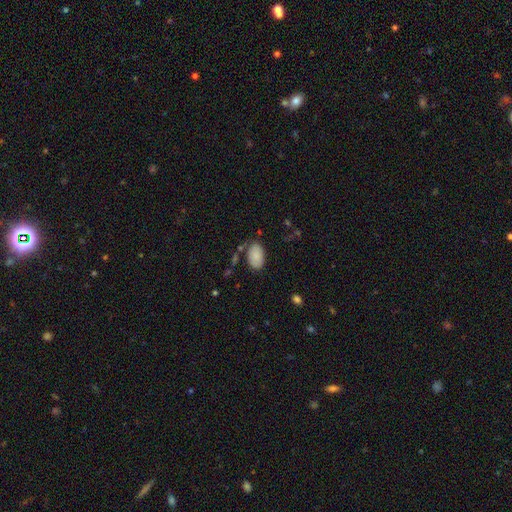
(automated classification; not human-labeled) A smooth galaxy with no disk features (86%) that is in between round and cigar-shaped (93%).

Vote fractions:
- Smooth or featured? smooth: 86% / star or artifact: 7% / featured or disk: 7%
- How rounded? in between: 93% / round: 6% / cigar-shaped: 1%
- Merging? none: 75% / minor disturbance: 16% / merger: 5% / major disturbance: 5%